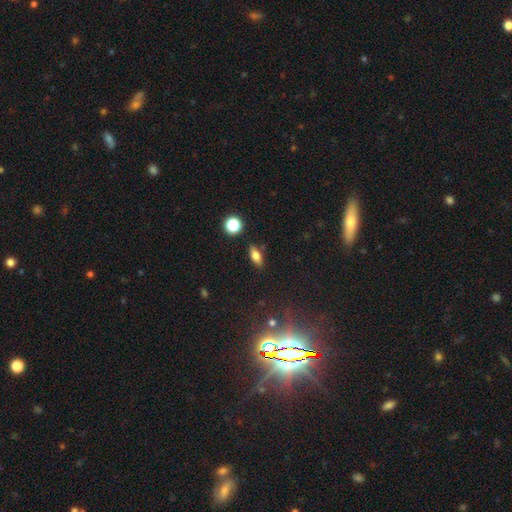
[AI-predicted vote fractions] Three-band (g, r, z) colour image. It shows a smooth galaxy with no disk features (68%) that is in between round and cigar-shaped (73%). Merging: none (84%).